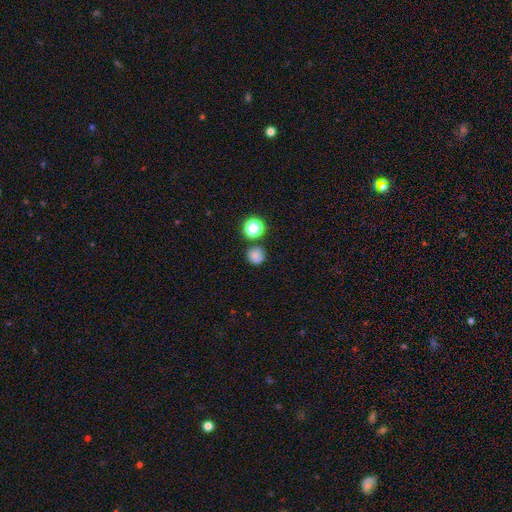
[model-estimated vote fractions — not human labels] smooth-or-featured: smooth: 77% | star or artifact: 15% | featured or disk: 8%
  how-rounded: round: 91% | in between: 8% | cigar-shaped: 1%
  merging: none: 77% | minor disturbance: 11% | merger: 8% | major disturbance: 3%